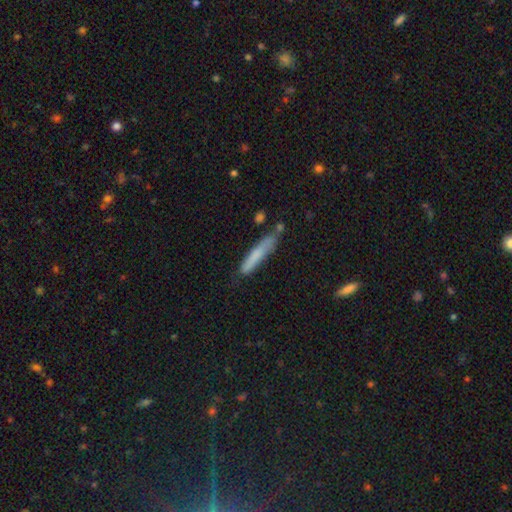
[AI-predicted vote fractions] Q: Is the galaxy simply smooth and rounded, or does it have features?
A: smooth — 73%.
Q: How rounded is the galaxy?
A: cigar-shaped — 92%.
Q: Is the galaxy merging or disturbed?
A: none — 66%.